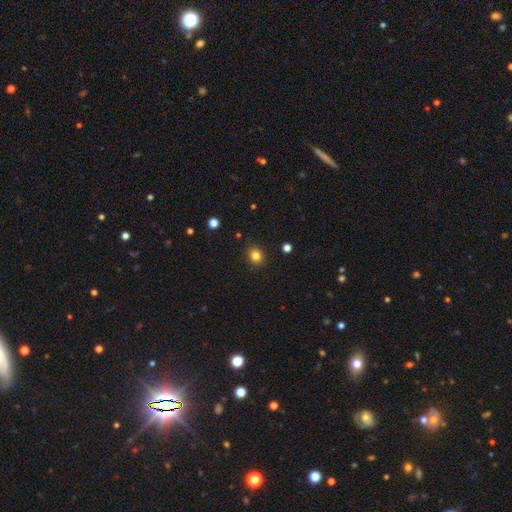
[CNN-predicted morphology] This is clearly a smooth galaxy (82%). How rounded: likely round (76%). Merging: clearly none (90%).